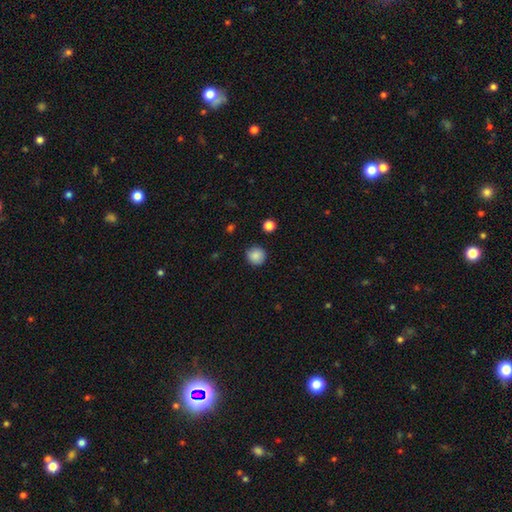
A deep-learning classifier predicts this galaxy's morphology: smooth-or-featured: smooth: 87% | star or artifact: 9% | featured or disk: 4%
  how-rounded: round: 93% | in between: 6% | cigar-shaped: 1%
  merging: none: 90% | minor disturbance: 7% | major disturbance: 2% | merger: 1%